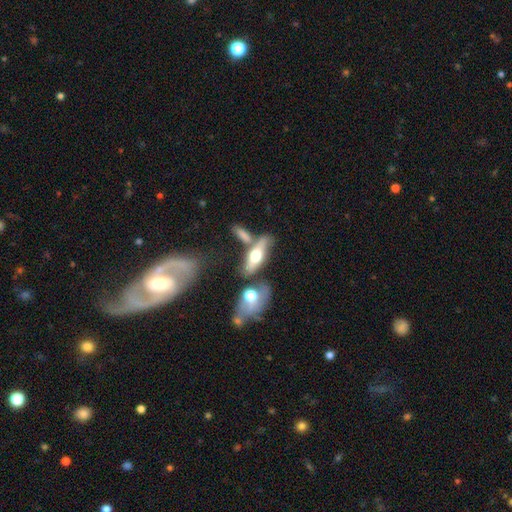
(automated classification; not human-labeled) Morphology: type=smooth (51%); roundness=in between (63%); merging=none (51%).